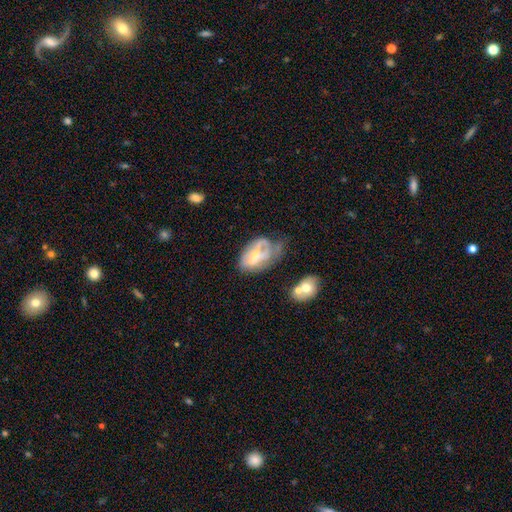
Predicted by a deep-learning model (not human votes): smooth-or-featured: featured or disk: 60% | smooth: 32% | star or artifact: 8%
  disk-edge-on: no: 95% | yes: 5%
    bar: no: 57% | weak: 30% | strong: 12%
    has-spiral-arms: no: 53% | yes: 47%
    bulge-size: small: 47% | moderate: 43% | none: 5% | large: 3% | dominant: 1%
  merging: major disturbance: 35% | minor disturbance: 30% | none: 25% | merger: 10%